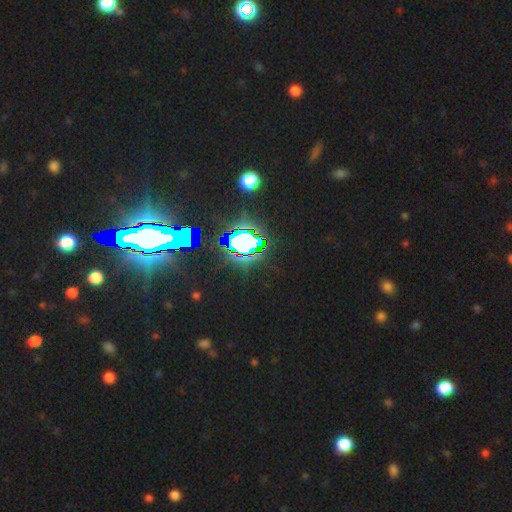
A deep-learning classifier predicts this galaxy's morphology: A star or artifact, not a galaxy (84%).

Vote fractions:
- Smooth or featured? star or artifact: 84% / smooth: 8% / featured or disk: 7%